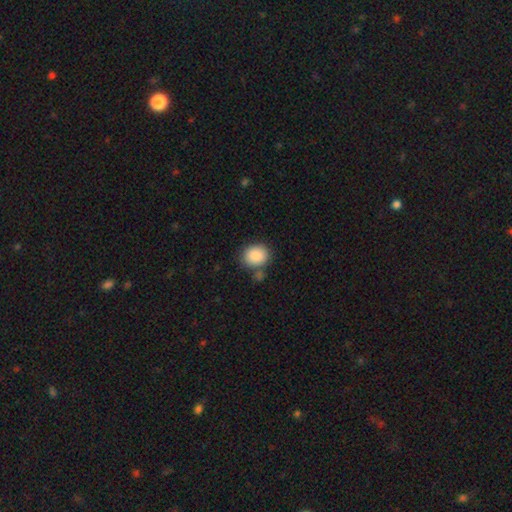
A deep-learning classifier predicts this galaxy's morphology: smooth_or_featured: smooth (p=0.89) [alt: star or artifact p=0.07]
how_rounded: round (p=0.60) [alt: in between p=0.39]
merging: none (p=0.73) [alt: minor disturbance p=0.12]